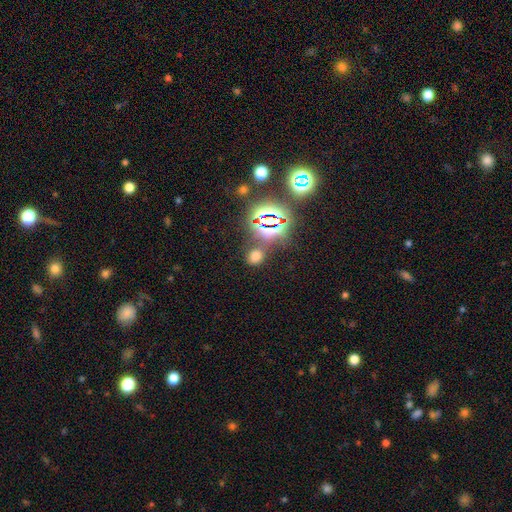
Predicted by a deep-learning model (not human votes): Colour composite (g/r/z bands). It shows a smooth galaxy with no disk features (56%) that is round (63%). Merging: none (73%).